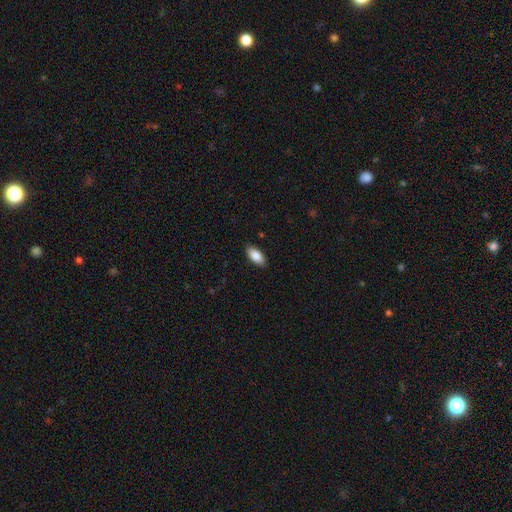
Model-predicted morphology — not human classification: Overall: smooth (86%). How rounded: in between (89%). Merging: none (88%).